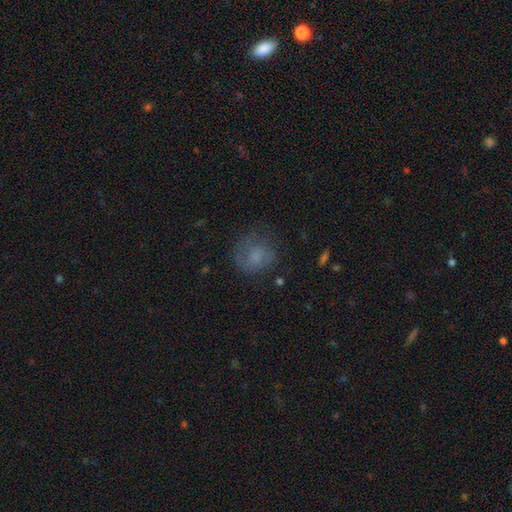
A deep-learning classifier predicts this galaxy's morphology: smooth-or-featured: smooth: 62% | featured or disk: 26% | star or artifact: 13%
  how-rounded: round: 76% | in between: 23% | cigar-shaped: 1%
  merging: none: 56% | minor disturbance: 23% | major disturbance: 19% | merger: 2%